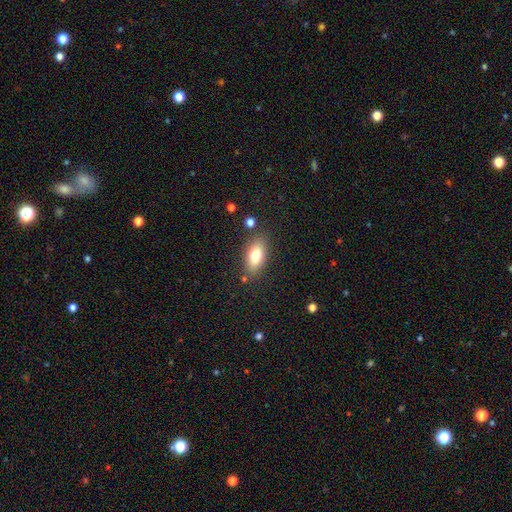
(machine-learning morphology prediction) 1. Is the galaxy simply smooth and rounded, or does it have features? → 77% smooth, 15% featured or disk, 8% star or artifact.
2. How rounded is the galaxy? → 87% in between, 8% cigar-shaped, 5% round.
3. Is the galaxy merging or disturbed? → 81% none, 12% minor disturbance, 4% merger, 3% major disturbance.